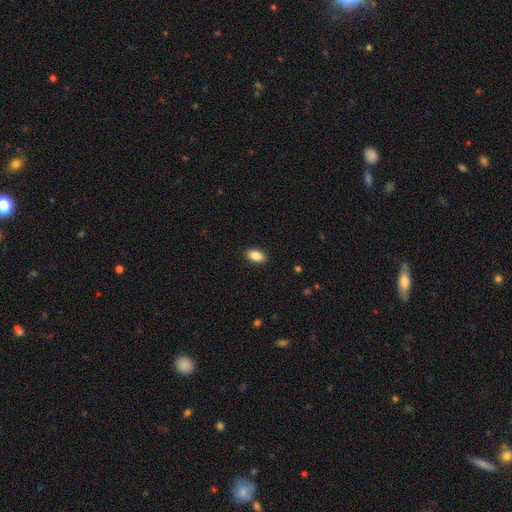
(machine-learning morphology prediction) smooth 87%, star or artifact 7%, featured or disk 6%. Down the decision tree: how rounded — in between (92%); merging — none (90%).